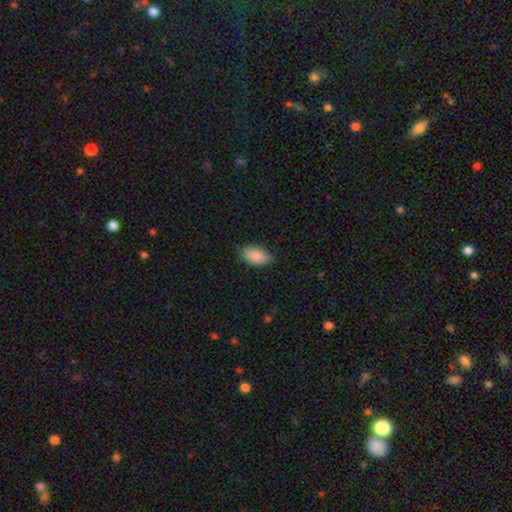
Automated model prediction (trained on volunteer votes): This appears to be a smooth galaxy with no disk features (87%) that is in between round and cigar-shaped (94%). Merging: none (74%).